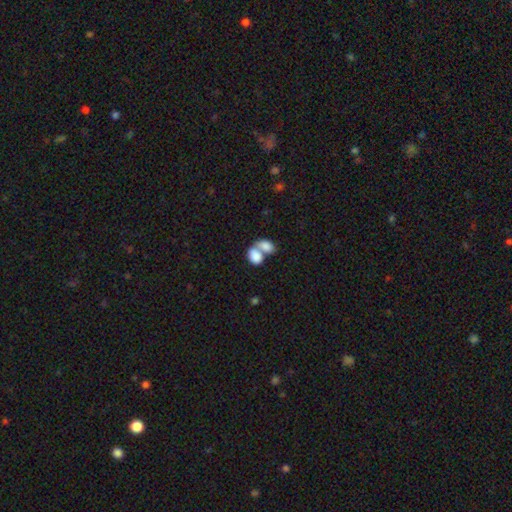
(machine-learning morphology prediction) Q: Smooth or featured?
A: smooth (81%); runner-up: featured or disk (11%)
Q: How rounded?
A: in between (82%); runner-up: round (16%)
Q: Merging?
A: merger (73%); runner-up: none (17%)